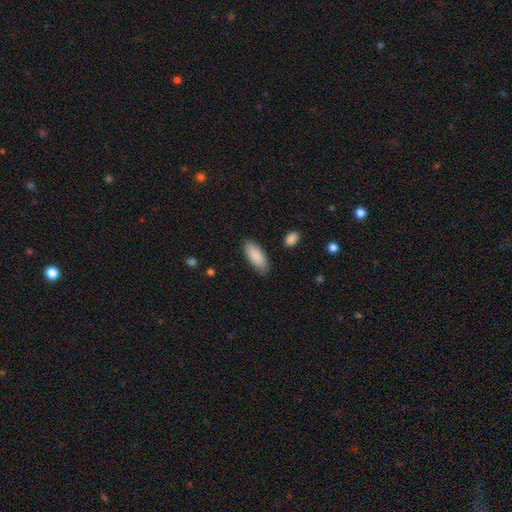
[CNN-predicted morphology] Overall: smooth (89%). How rounded: in between (82%). Merging: none (83%).